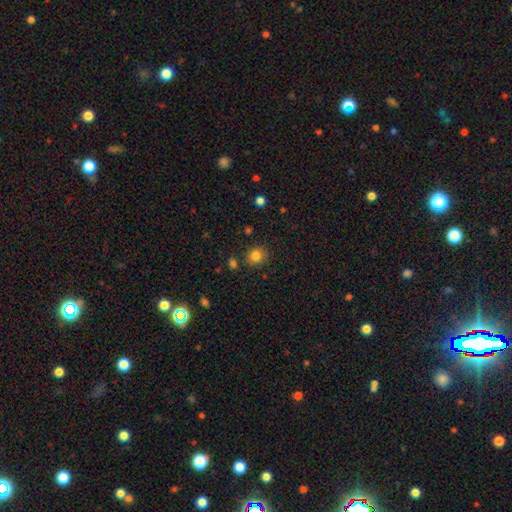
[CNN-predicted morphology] Smooth or featured?
  - smooth: 82% *
  - star or artifact: 12%
  - featured or disk: 6%
How rounded?
  - round: 81% *
  - in between: 18%
  - cigar-shaped: 1%
Merging?
  - none: 83% *
  - minor disturbance: 10%
  - merger: 4%
  - major disturbance: 3%